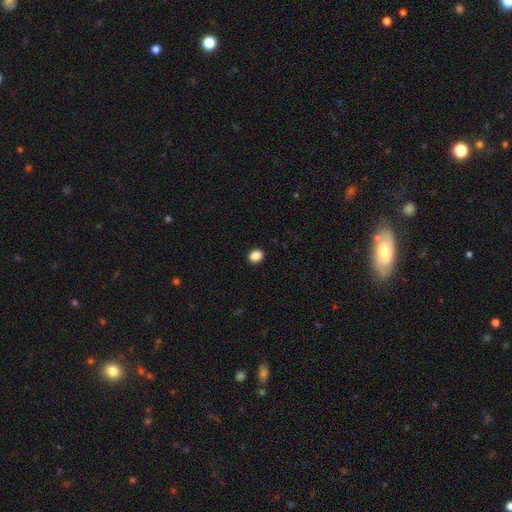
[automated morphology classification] Overall: smooth (88%). How rounded: round (68%; in between 31%). Merging: none (92%).